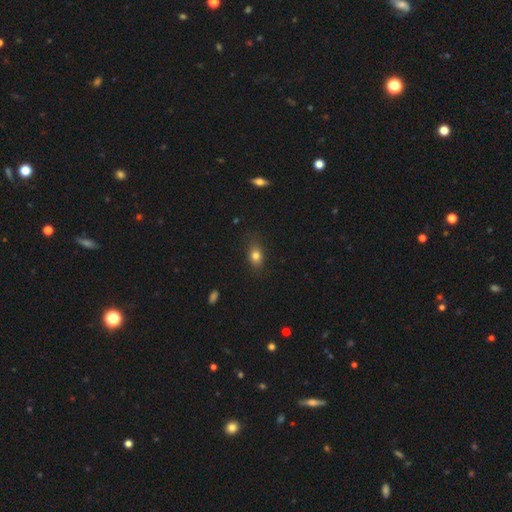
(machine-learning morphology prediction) smooth 79%, star or artifact 11%, featured or disk 10%. Down the decision tree: how rounded — in between (70%); merging — none (79%).